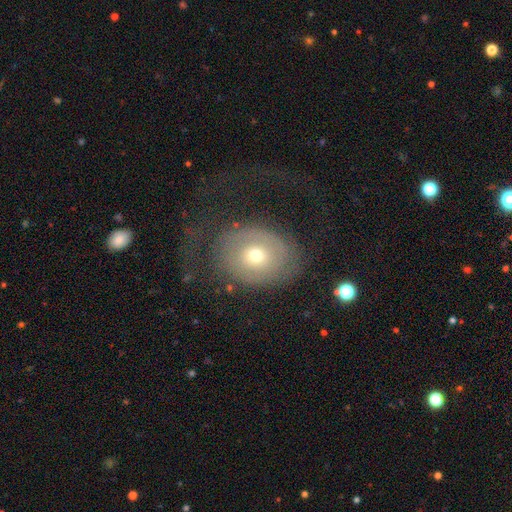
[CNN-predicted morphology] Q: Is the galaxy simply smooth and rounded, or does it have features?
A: featured or disk — 49%.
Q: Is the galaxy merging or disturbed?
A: none — 49%.